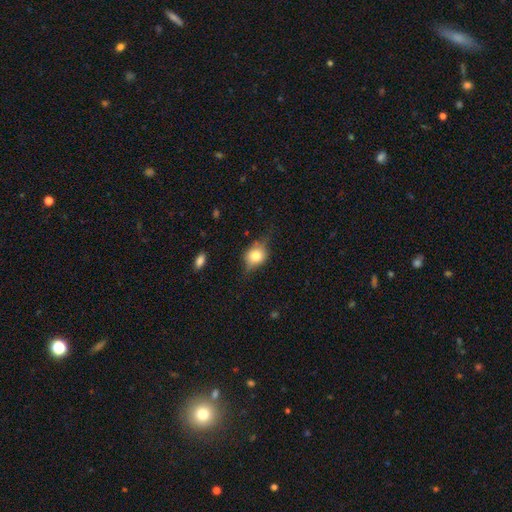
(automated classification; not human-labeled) The model was most divided on "how rounded": round: 56%, in between: 41%, cigar-shaped: 3%. More confident: merging — none (61%); smooth or featured — smooth (59%).